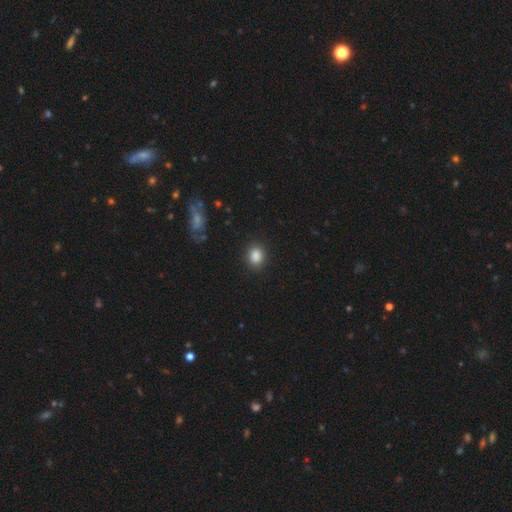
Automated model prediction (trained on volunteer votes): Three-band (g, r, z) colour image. It shows a smooth galaxy with no disk features (87%) that is round (60%). Merging: none (88%).